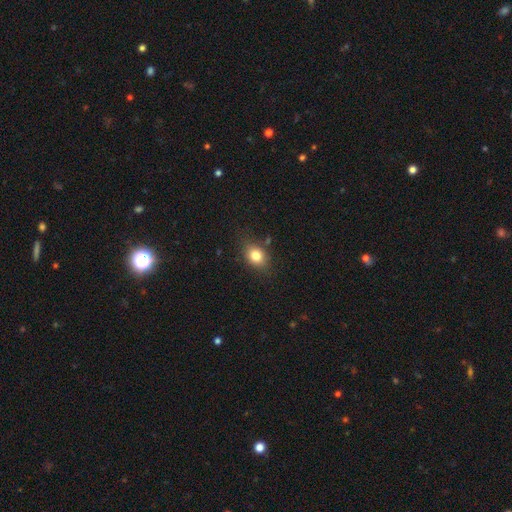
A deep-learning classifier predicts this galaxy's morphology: smooth_or_featured: smooth (p=0.80) [alt: star or artifact p=0.10]
how_rounded: in between (p=0.60) [alt: round p=0.39]
merging: none (p=0.79) [alt: minor disturbance p=0.15]